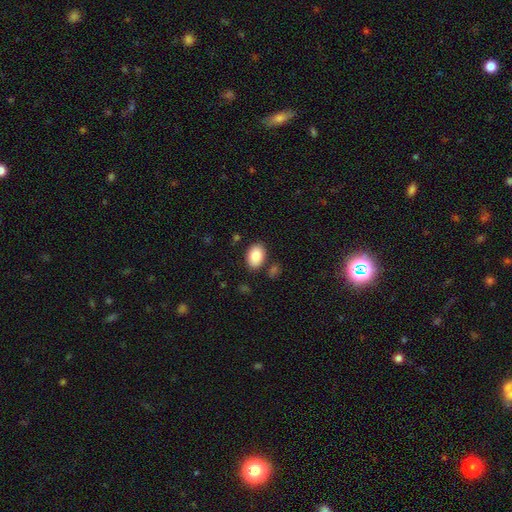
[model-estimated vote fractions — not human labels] This is clearly a smooth galaxy (85%). How rounded: clearly in between (83%). Merging: clearly none (84%).